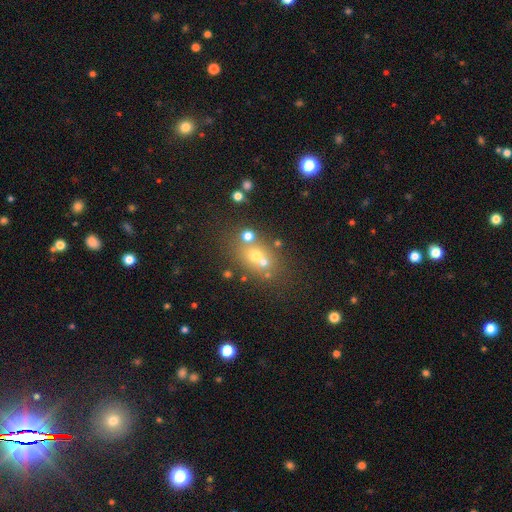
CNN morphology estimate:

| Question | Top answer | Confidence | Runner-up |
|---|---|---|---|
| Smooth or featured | smooth | 53% | featured or disk (26%) |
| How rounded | round | 55% | in between (43%) |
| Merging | none | 50% | merger (33%) |